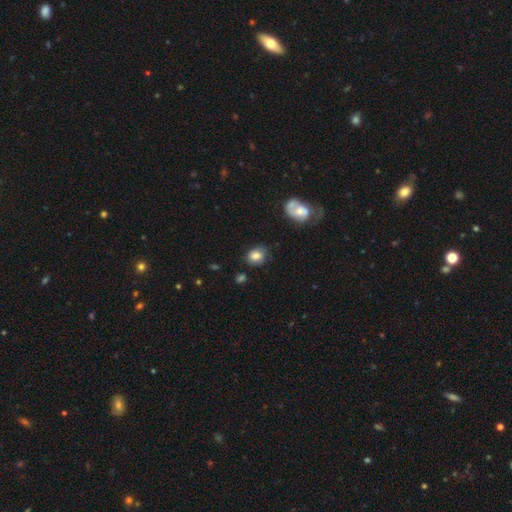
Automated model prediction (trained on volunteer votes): Smooth or featured: smooth — 77% (featured or disk — 14%)
How rounded: in between — 52% (round — 47%)
Merging: none — 67% (minor disturbance — 23%)